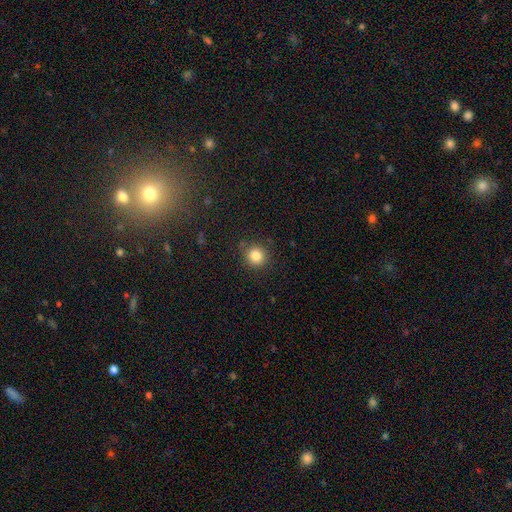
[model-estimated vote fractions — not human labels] Morphology: type=smooth (83%); roundness=round (91%); merging=none (84%).